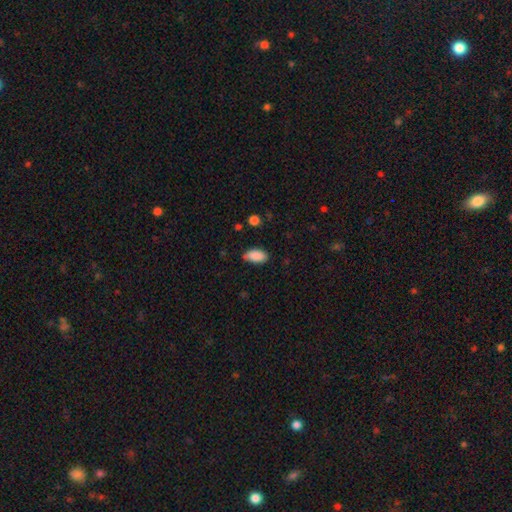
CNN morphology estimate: smooth 89%, star or artifact 7%, featured or disk 4%. Down the decision tree: how rounded — in between (93%); merging — none (74%).